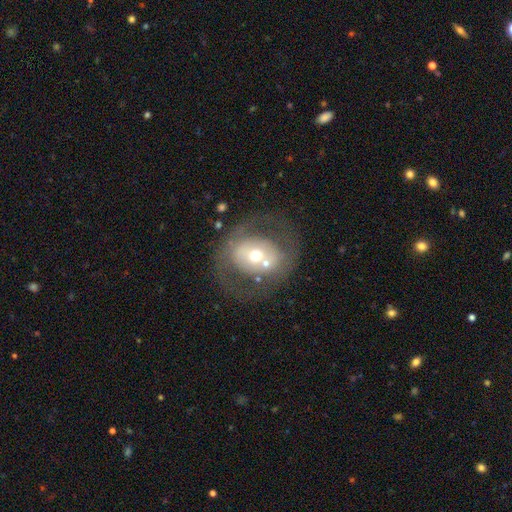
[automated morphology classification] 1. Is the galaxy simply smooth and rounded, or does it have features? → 61% featured or disk, 31% smooth, 8% star or artifact.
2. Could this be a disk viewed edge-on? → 95% no, 5% yes.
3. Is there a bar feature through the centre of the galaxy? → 68% no, 20% weak, 12% strong.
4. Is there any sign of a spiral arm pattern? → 70% no, 30% yes.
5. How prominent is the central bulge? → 60% moderate, 30% small, 7% large, 2% dominant, 1% none.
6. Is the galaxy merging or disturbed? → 61% none, 14% minor disturbance, 13% major disturbance, 11% merger.